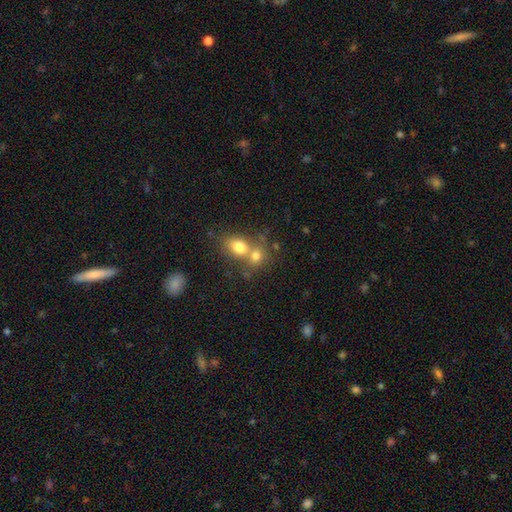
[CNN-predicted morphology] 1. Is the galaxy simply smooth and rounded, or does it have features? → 74% smooth, 14% featured or disk, 12% star or artifact.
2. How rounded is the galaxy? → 59% round, 40% in between, 1% cigar-shaped.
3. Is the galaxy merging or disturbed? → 58% merger, 32% none, 7% minor disturbance, 3% major disturbance.